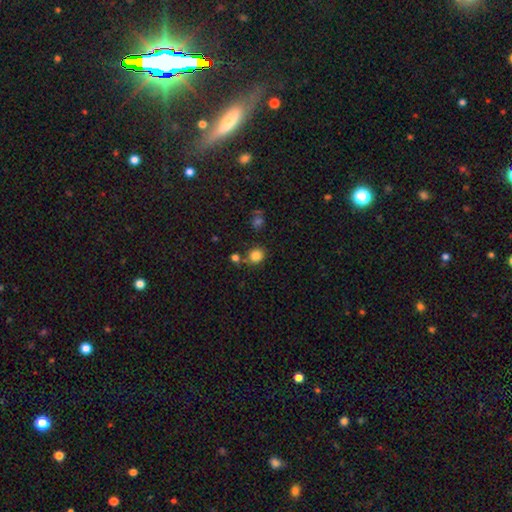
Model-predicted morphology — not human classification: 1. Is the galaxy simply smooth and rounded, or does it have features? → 83% smooth, 12% star or artifact, 5% featured or disk.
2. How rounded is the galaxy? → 80% round, 19% in between, 1% cigar-shaped.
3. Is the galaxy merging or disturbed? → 74% none, 11% minor disturbance, 11% merger, 4% major disturbance.